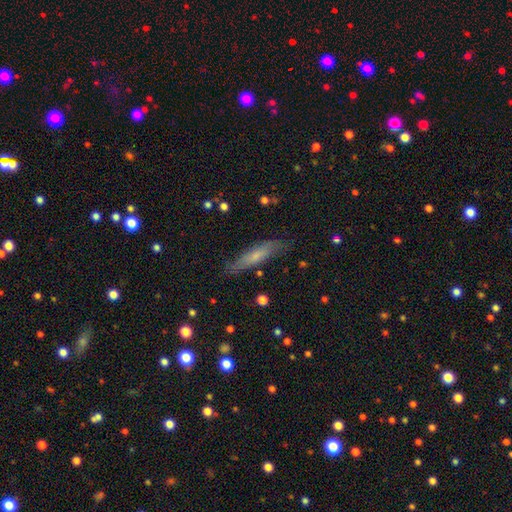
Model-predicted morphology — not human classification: smooth 56%, featured or disk 36%, star or artifact 7%. Down the decision tree: how rounded — cigar-shaped (83%); merging — none (80%).